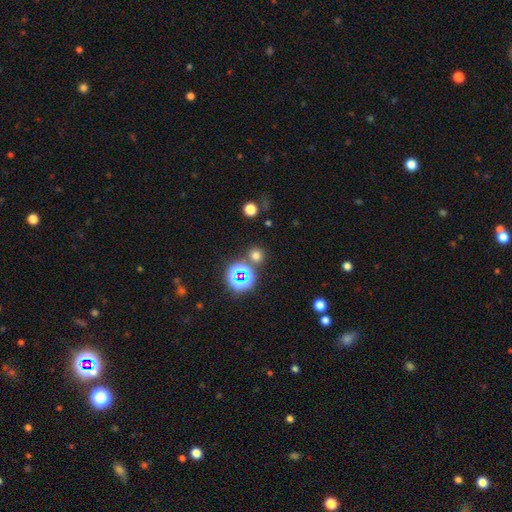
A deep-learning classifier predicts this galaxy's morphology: The model was most divided on "smooth or featured": smooth: 64%, star or artifact: 29%, featured or disk: 7%. More confident: how rounded — round (89%); merging — none (80%).